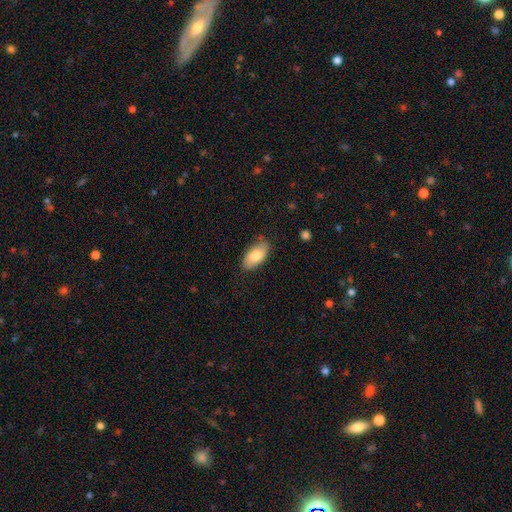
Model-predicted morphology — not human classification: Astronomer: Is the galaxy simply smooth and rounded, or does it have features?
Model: smooth — 79%.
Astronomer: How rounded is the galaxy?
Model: in between — 94%.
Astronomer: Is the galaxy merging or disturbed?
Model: none — 80%.